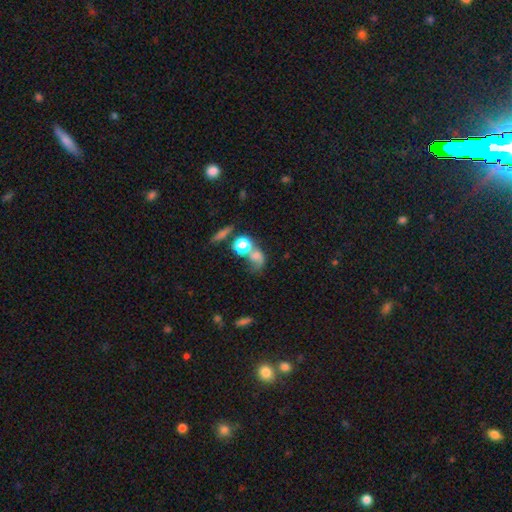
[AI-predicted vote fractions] Morphology: type=smooth (56%); roundness=in between (49%); merging=merger (46%).